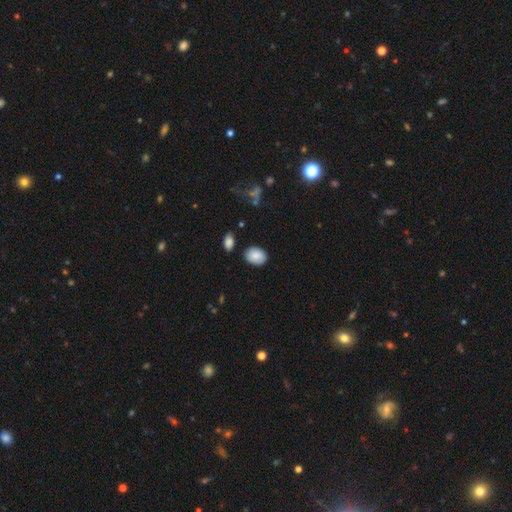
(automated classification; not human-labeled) Morphology: type=smooth (87%); roundness=in between (72%); merging=none (83%).